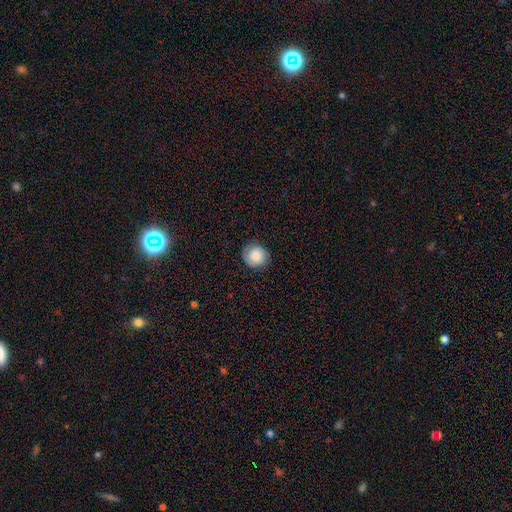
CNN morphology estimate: The model was most divided on "smooth or featured": smooth: 75%, featured or disk: 17%, star or artifact: 8%. More confident: how rounded — round (88%); merging — none (85%).